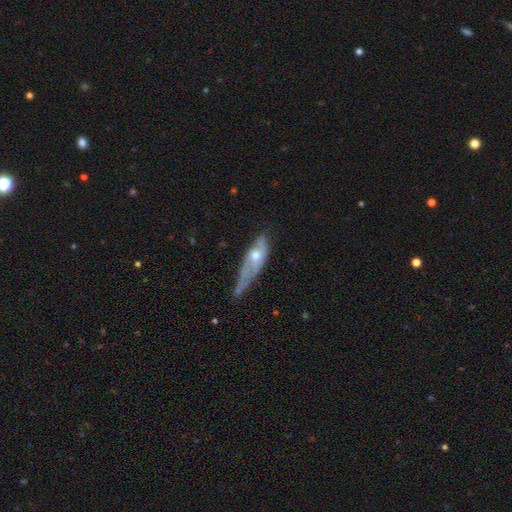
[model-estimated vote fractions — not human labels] Morphology: type=featured or disk (57%); edge-on=no (61%); merging=minor disturbance (37%).